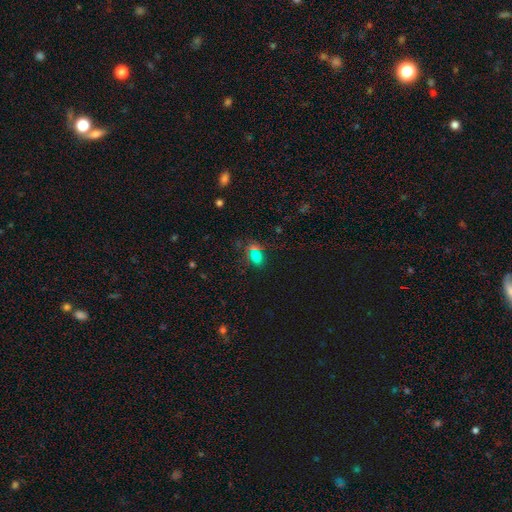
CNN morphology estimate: Q: Smooth or featured?
A: smooth (55%); runner-up: star or artifact (35%)
Q: How rounded?
A: in between (62%); runner-up: round (34%)
Q: Merging?
A: none (61%); runner-up: minor disturbance (17%)